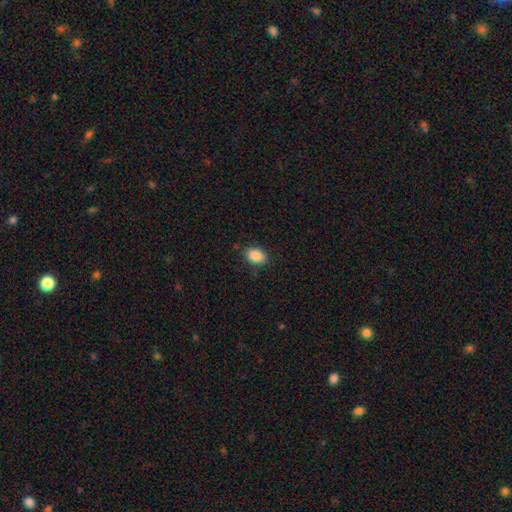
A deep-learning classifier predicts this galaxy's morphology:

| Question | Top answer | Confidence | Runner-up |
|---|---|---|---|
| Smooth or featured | smooth | 89% | star or artifact (8%) |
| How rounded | in between | 82% | round (17%) |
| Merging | none | 85% | minor disturbance (11%) |